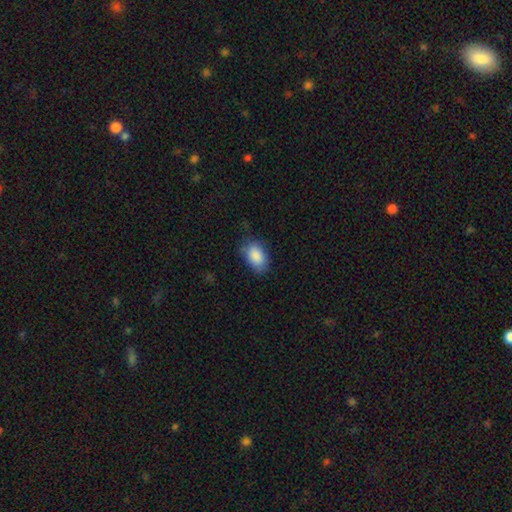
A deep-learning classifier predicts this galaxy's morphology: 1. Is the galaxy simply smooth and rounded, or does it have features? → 88% smooth, 7% star or artifact, 5% featured or disk.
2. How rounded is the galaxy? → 88% in between, 11% round, 1% cigar-shaped.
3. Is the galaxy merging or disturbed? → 71% none, 23% minor disturbance, 5% major disturbance, 1% merger.